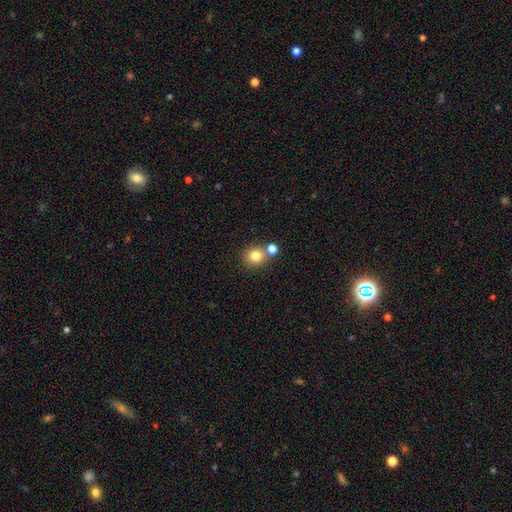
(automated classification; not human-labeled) smooth-or-featured: smooth: 81% | star or artifact: 12% | featured or disk: 7%
  how-rounded: round: 88% | in between: 12% | cigar-shaped: 1%
  merging: none: 67% | merger: 23% | minor disturbance: 8% | major disturbance: 3%